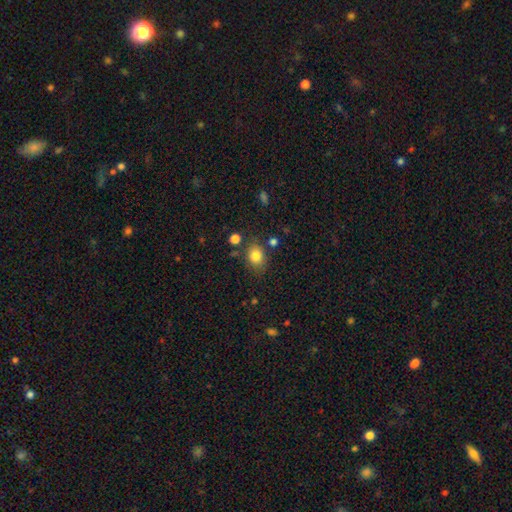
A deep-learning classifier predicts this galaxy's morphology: smooth_or_featured: smooth (p=0.81) [alt: star or artifact p=0.11]
how_rounded: in between (p=0.51) [alt: round p=0.48]
merging: none (p=0.76) [alt: minor disturbance p=0.14]